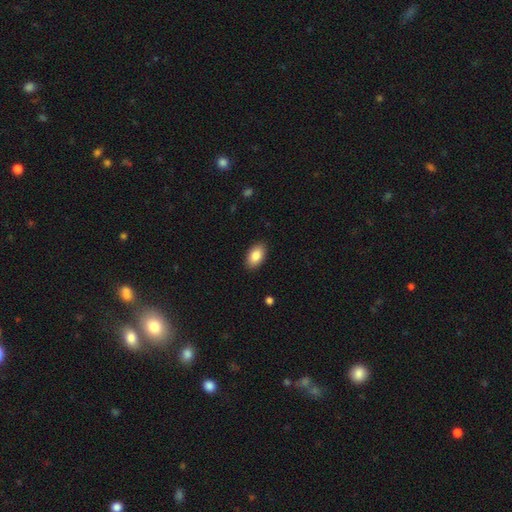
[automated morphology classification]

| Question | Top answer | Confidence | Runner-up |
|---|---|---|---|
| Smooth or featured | smooth | 86% | featured or disk (7%) |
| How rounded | in between | 93% | round (5%) |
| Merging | none | 89% | minor disturbance (8%) |